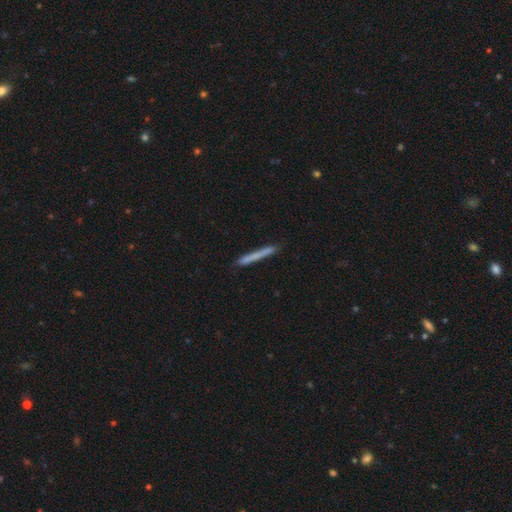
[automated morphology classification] A smooth galaxy with no disk features (68%) that is cigar-shaped (97%).

Vote fractions:
- Smooth or featured? smooth: 68% / featured or disk: 26% / star or artifact: 6%
- How rounded? cigar-shaped: 97% / in between: 2% / round: 1%
- Merging? none: 87% / minor disturbance: 10% / major disturbance: 2% / merger: 2%